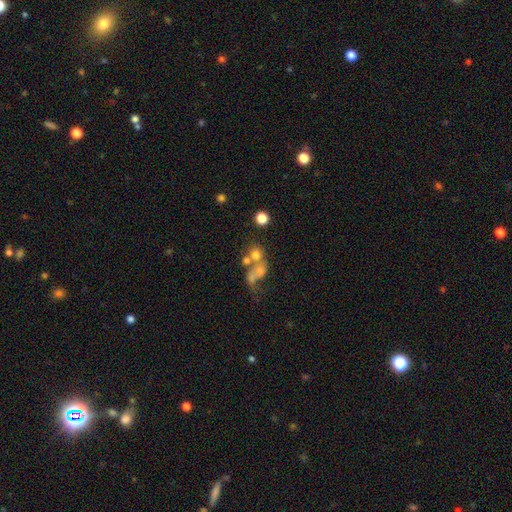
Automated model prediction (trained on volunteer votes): Smooth or featured: smooth — 52% (featured or disk — 31%)
How rounded: round — 59% (in between — 39%)
Merging: merger — 48% (none — 23%)